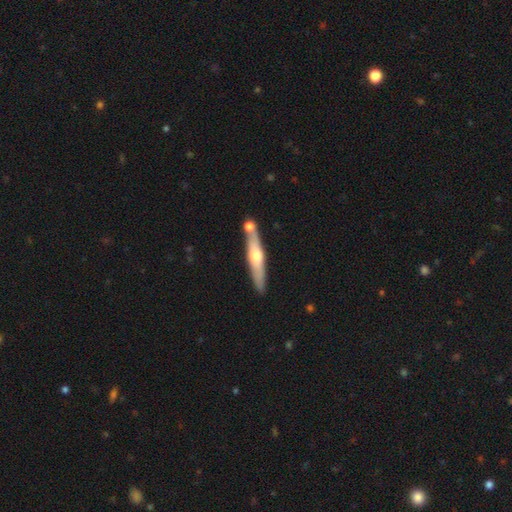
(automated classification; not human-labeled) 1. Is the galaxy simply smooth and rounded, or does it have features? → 56% featured or disk, 39% smooth, 5% star or artifact.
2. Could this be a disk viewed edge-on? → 92% yes, 8% no.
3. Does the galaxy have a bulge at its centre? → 88% rounded, 8% none, 4% boxy.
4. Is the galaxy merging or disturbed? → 74% none, 12% merger, 11% minor disturbance, 2% major disturbance.